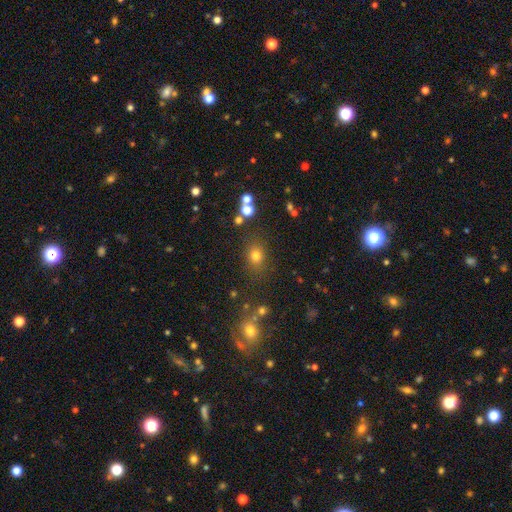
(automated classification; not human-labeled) Overall: smooth (74%). How rounded: round (56%; in between 43%). Merging: none (79%).